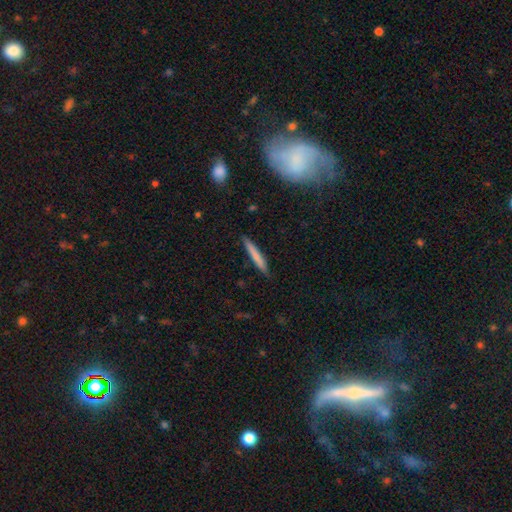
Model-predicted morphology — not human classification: smooth-or-featured: smooth: 74% | featured or disk: 20% | star or artifact: 6%
  how-rounded: cigar-shaped: 95% | in between: 3% | round: 1%
  merging: none: 88% | minor disturbance: 9% | major disturbance: 2% | merger: 1%